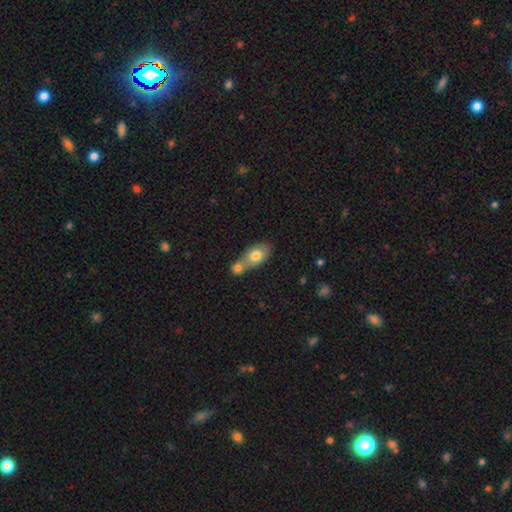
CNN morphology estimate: The model was most divided on "merging": merger: 59%, none: 29%, minor disturbance: 9%, major disturbance: 4%. More confident: how rounded — in between (83%); smooth or featured — smooth (73%).